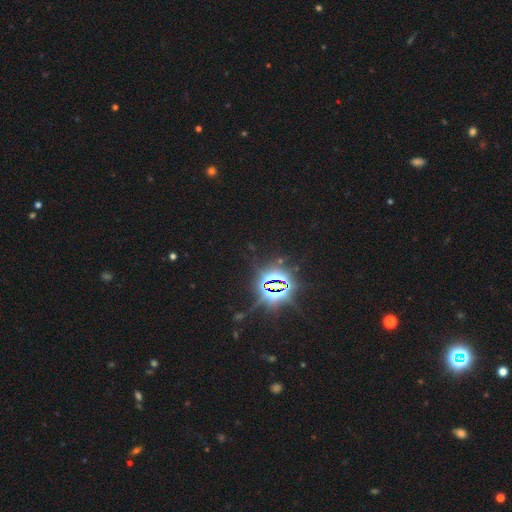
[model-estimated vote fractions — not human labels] smooth-or-featured: star or artifact: 86% | smooth: 8% | featured or disk: 6%